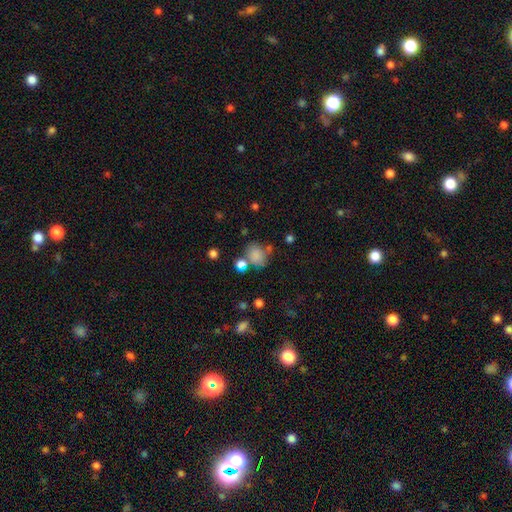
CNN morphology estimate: smooth_or_featured: smooth (p=0.79) [alt: star or artifact p=0.13]
how_rounded: round (p=0.63) [alt: in between p=0.36]
merging: none (p=0.58) [alt: minor disturbance p=0.17]